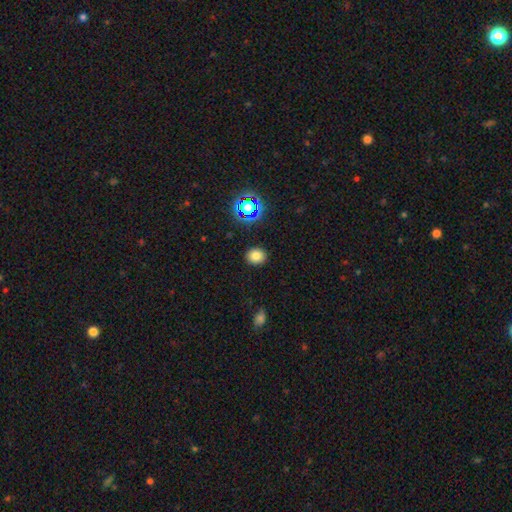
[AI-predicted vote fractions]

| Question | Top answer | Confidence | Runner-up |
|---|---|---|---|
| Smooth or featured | smooth | 79% | star or artifact (15%) |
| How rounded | round | 73% | in between (26%) |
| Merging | none | 90% | minor disturbance (7%) |